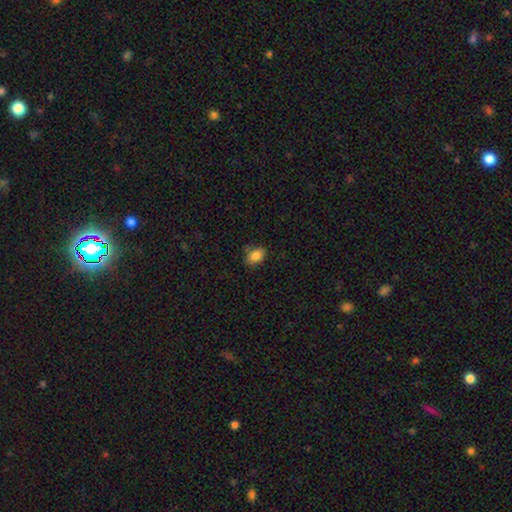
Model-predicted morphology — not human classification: Smooth or featured?
  - smooth: 85% *
  - star or artifact: 9%
  - featured or disk: 6%
How rounded?
  - in between: 78% *
  - round: 21%
  - cigar-shaped: 1%
Merging?
  - none: 75% *
  - minor disturbance: 19%
  - major disturbance: 3%
  - merger: 2%